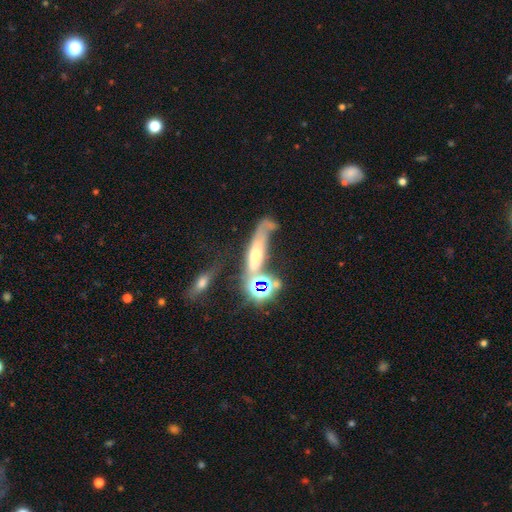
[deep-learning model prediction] The model was most divided on "merging" (2-way tie): none: 29%, merger: 29%, major disturbance: 24%, minor disturbance: 17%. Remaining: smooth or featured — featured or disk (42%).